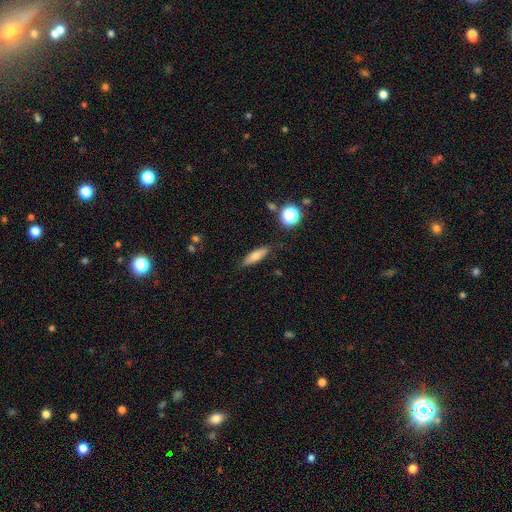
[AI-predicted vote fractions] smooth-or-featured: smooth: 71% | featured or disk: 20% | star or artifact: 9%
  how-rounded: cigar-shaped: 55% | in between: 42% | round: 3%
  merging: none: 83% | minor disturbance: 12% | major disturbance: 3% | merger: 2%